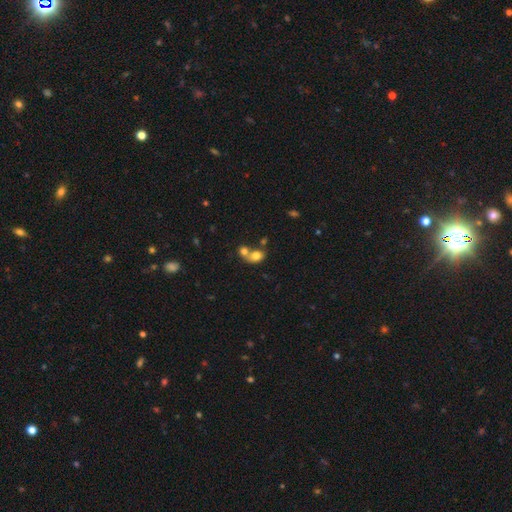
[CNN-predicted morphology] Overall: smooth (77%). How rounded: in between (56%; round 42%). Merging: merger (60%; none 28%).